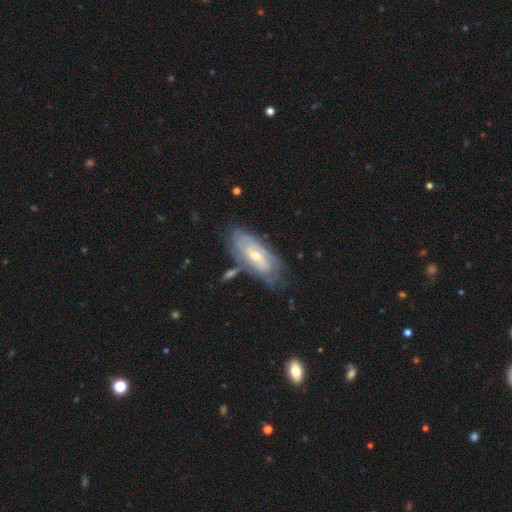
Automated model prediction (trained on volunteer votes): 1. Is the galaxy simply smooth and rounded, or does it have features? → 75% featured or disk, 19% smooth, 6% star or artifact.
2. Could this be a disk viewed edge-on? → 90% no, 10% yes.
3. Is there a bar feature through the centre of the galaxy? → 55% no, 35% weak, 10% strong.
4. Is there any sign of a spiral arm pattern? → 84% yes, 16% no.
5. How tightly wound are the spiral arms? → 71% tight, 22% medium, 7% loose.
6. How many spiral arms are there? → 58% can't tell, 21% 2, 9% 3, 6% 4, 3% 1, 3% more than 4.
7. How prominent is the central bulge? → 50% small, 46% moderate, 2% large, 1% none, 1% dominant.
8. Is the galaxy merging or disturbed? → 66% none, 20% minor disturbance, 7% merger, 7% major disturbance.